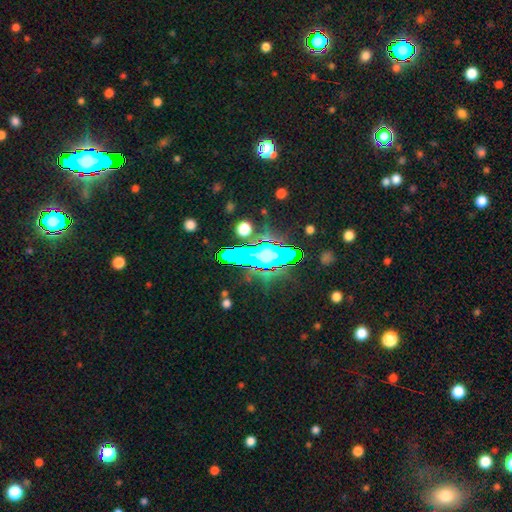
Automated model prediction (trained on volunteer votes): Smooth or featured?
  - star or artifact: 62% *
  - featured or disk: 21%
  - smooth: 17%